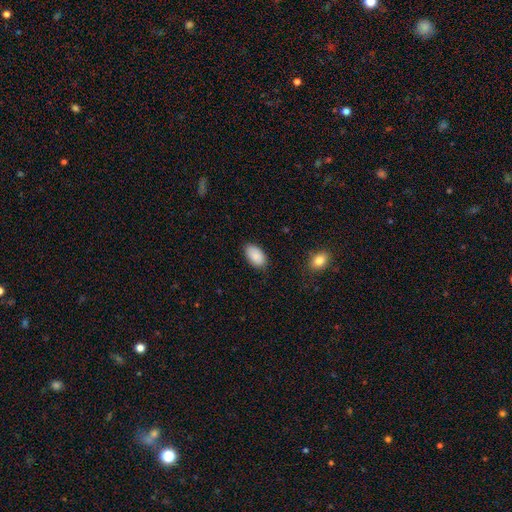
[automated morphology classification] Smooth or featured? Predicted: smooth (p=0.88). How rounded? Predicted: in between (p=0.95). Merging? Predicted: none (p=0.82).